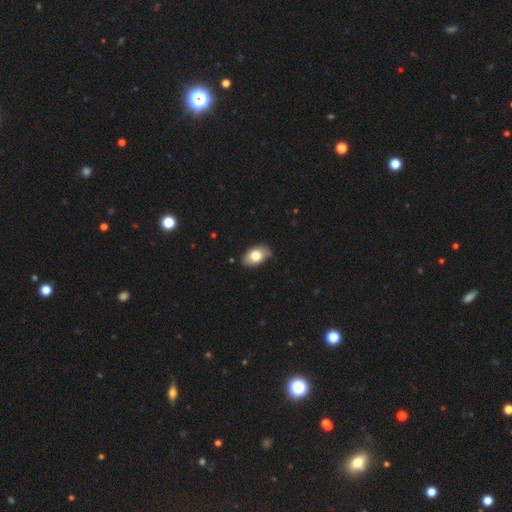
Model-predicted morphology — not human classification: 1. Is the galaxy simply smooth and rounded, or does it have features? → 76% smooth, 17% featured or disk, 7% star or artifact.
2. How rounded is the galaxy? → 91% in between, 8% round, 1% cigar-shaped.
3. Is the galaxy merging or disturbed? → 75% none, 20% minor disturbance, 3% major disturbance, 1% merger.